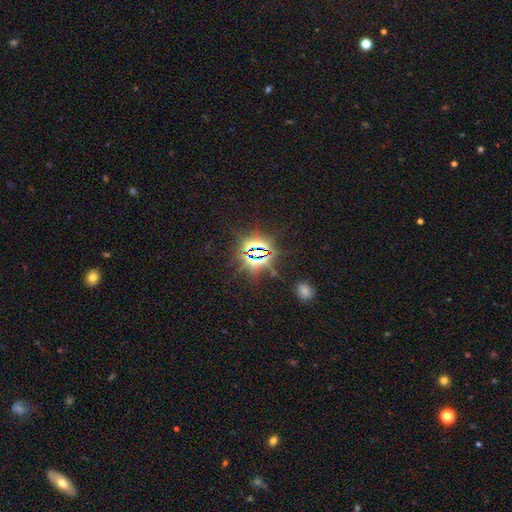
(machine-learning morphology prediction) A star or artifact, not a galaxy (82%).